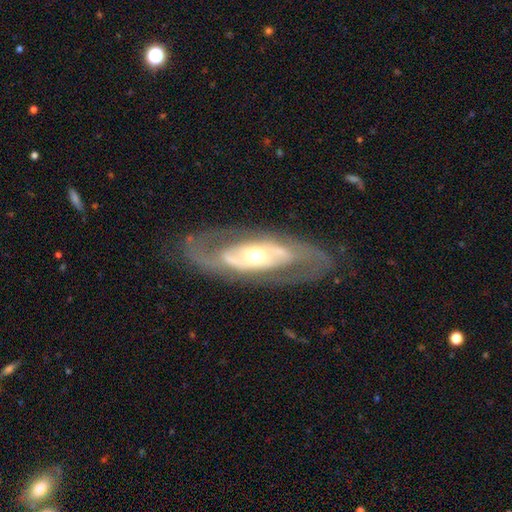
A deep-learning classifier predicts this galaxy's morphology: Q: Smooth or featured?
A: featured or disk (81%); runner-up: smooth (14%)
Q: Edge-on disk?
A: no (87%); runner-up: yes (13%)
Q: Bar?
A: no (64%); runner-up: weak (21%)
Q: Spiral arms?
A: yes (63%); runner-up: no (37%)
Q: Bulge size?
A: moderate (62%); runner-up: small (26%)
Q: Merging?
A: none (77%); runner-up: minor disturbance (13%)